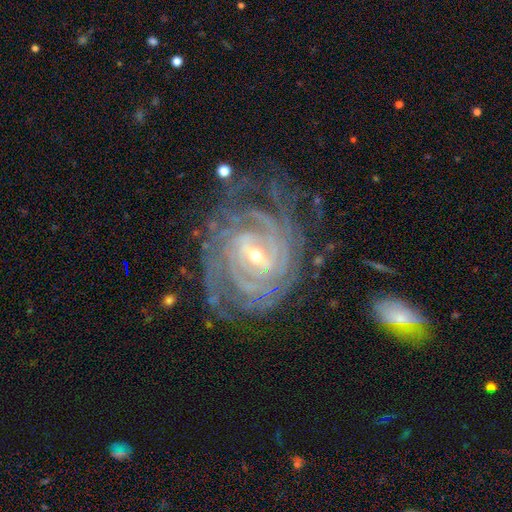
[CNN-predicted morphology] Smooth or featured? featured or disk (91%)
Edge-on disk? no (97%)
Bar? weak (47%)
Spiral arms? yes (98%)
Spiral winding? tight (81%)
Spiral arm count? can't tell (27%)
Bulge size? small (62%)
Merging? none (69%)